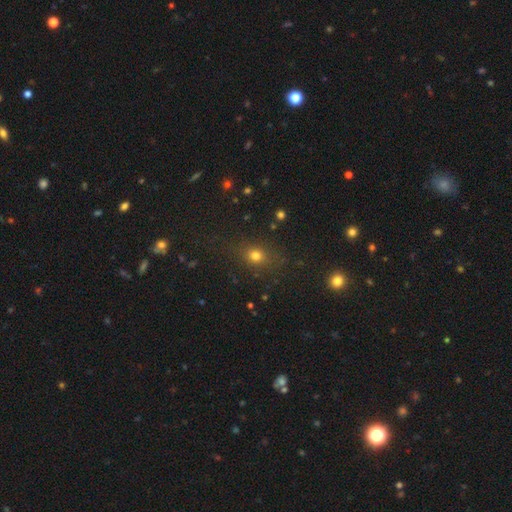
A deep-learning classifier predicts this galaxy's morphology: A smooth galaxy with no disk features (72%) that is round (62%). Merging: none (81%).